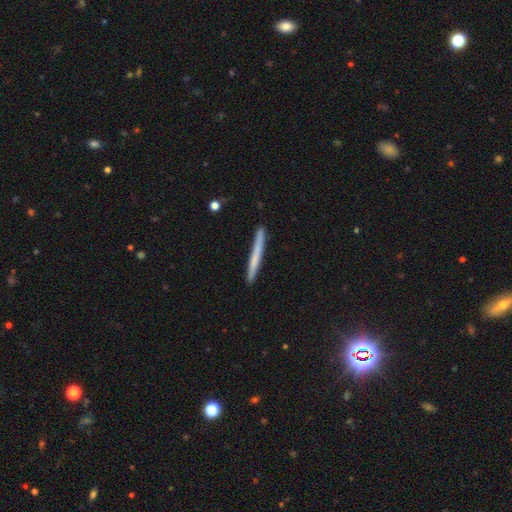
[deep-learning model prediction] Smooth or featured? smooth (61%)
How rounded? cigar-shaped (97%)
Merging? none (90%)